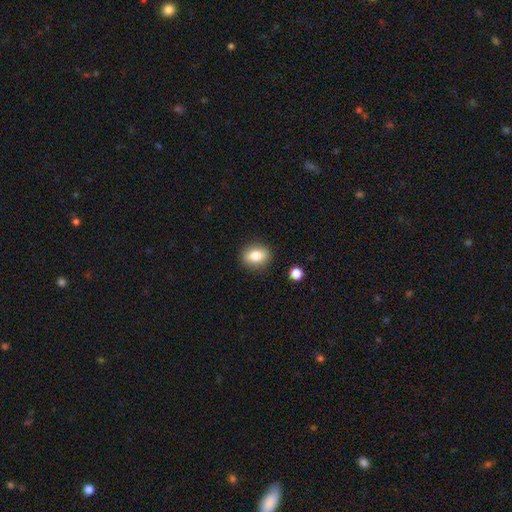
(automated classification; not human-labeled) Morphology: type=smooth (81%); roundness=in between (55%); merging=none (87%).